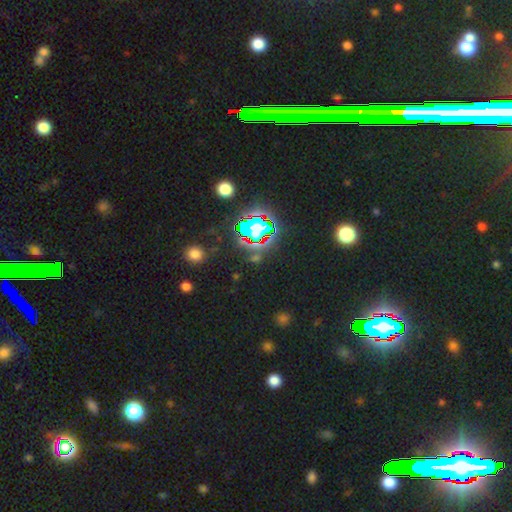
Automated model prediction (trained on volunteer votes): Overall: star or artifact (72%).